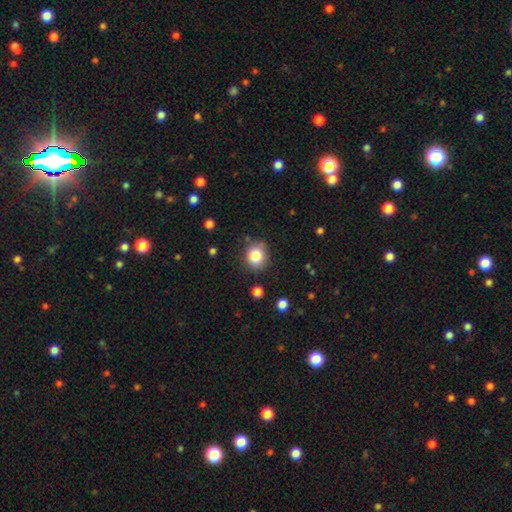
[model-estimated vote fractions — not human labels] Smooth or featured: smooth — 83% (star or artifact — 10%)
How rounded: round — 80% (in between — 19%)
Merging: none — 83% (minor disturbance — 11%)